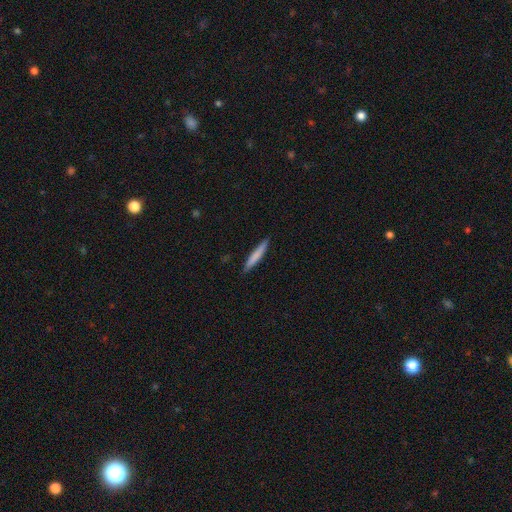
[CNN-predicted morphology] smooth_or_featured: smooth (p=0.73) [alt: featured or disk p=0.22]
how_rounded: cigar-shaped (p=0.94) [alt: in between p=0.05]
merging: none (p=0.89) [alt: minor disturbance p=0.09]